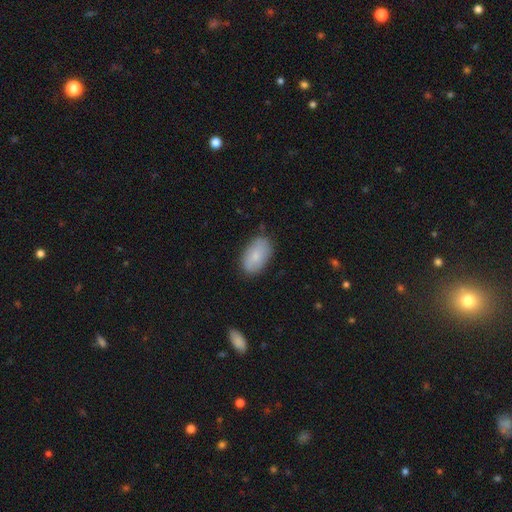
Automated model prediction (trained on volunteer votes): A smooth galaxy with no disk features (76%) that is in between round and cigar-shaped (93%).

Vote fractions:
- Smooth or featured? smooth: 76% / featured or disk: 18% / star or artifact: 7%
- How rounded? in between: 93% / round: 5% / cigar-shaped: 2%
- Merging? none: 81% / minor disturbance: 15% / major disturbance: 3% / merger: 1%